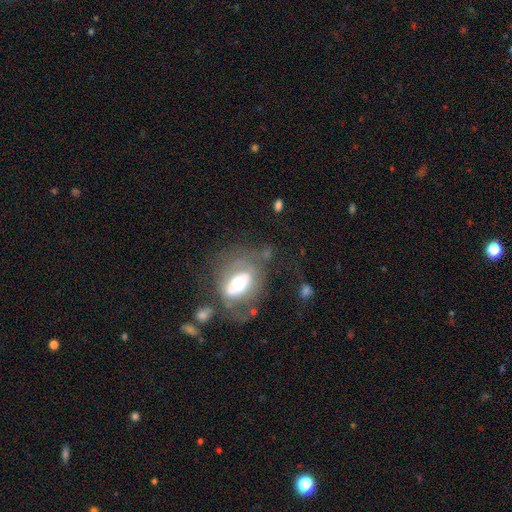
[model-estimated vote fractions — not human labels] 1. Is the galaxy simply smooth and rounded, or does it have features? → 58% featured or disk, 31% smooth, 11% star or artifact.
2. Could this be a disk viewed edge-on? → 93% no, 7% yes.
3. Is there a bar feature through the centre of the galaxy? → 48% no, 30% weak, 22% strong.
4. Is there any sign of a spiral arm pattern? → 64% no, 36% yes.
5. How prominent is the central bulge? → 67% moderate, 15% large, 14% small, 2% dominant, 1% none.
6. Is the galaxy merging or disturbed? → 46% none, 23% major disturbance, 20% minor disturbance, 11% merger.